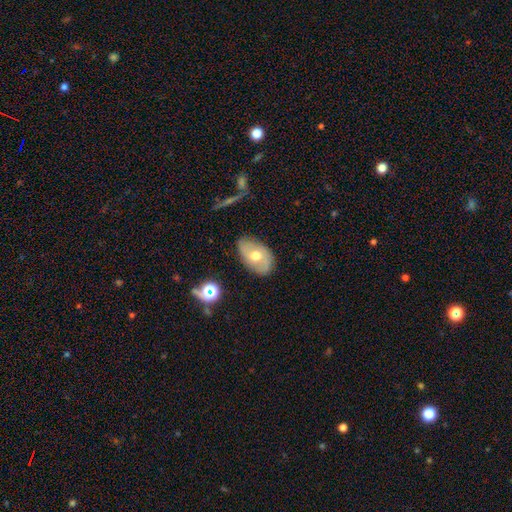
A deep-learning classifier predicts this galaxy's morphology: smooth_or_featured: smooth (p=0.47) [alt: featured or disk p=0.44]
merging: none (p=0.75) [alt: minor disturbance p=0.19]